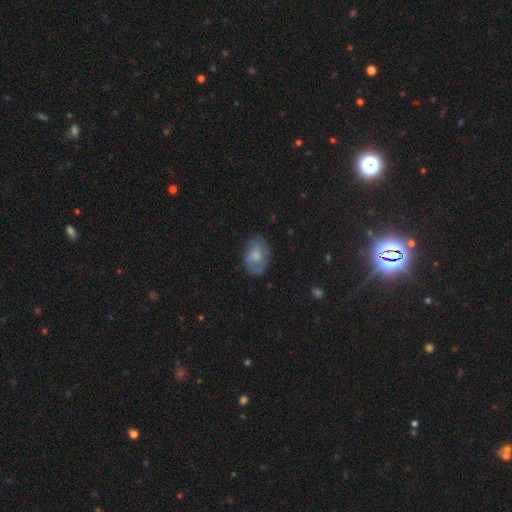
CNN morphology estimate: This appears to be a smooth galaxy with no disk features (48%). Merging: none (67%).